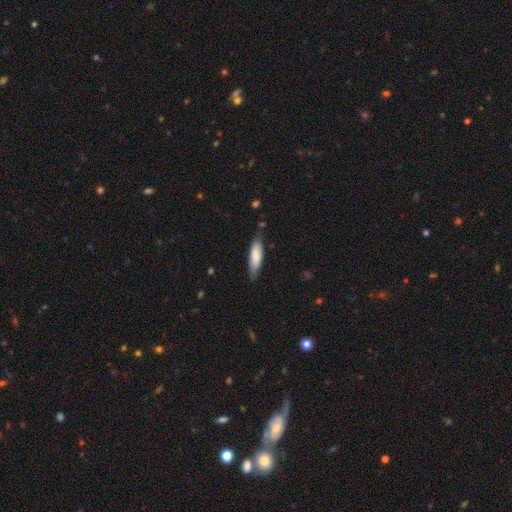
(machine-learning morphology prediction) Smooth or featured?
  - smooth: 80% *
  - featured or disk: 14%
  - star or artifact: 6%
How rounded?
  - cigar-shaped: 52% *
  - in between: 47%
  - round: 1%
Merging?
  - none: 72% *
  - minor disturbance: 22%
  - major disturbance: 4%
  - merger: 2%